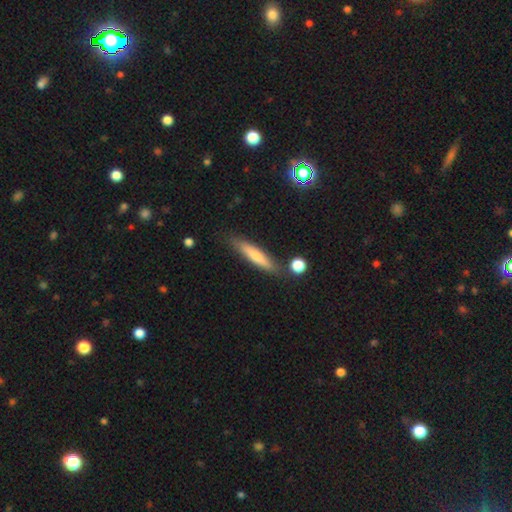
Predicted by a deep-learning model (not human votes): This appears to be a smooth galaxy with no disk features (55%) that is cigar-shaped (88%). Merging: none (83%).